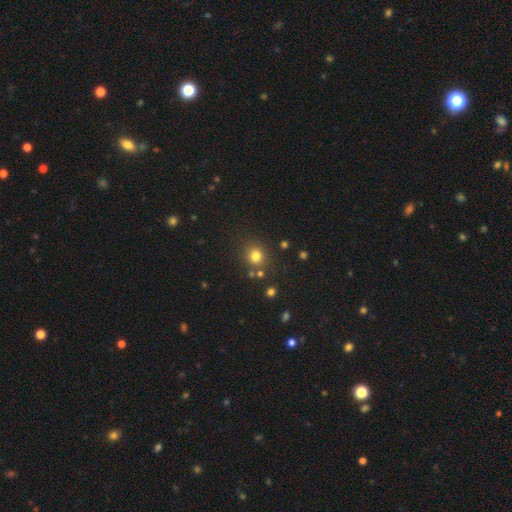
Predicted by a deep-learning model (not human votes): smooth-or-featured: smooth: 78% | star or artifact: 16% | featured or disk: 6%
  how-rounded: round: 85% | in between: 14% | cigar-shaped: 1%
  merging: none: 79% | minor disturbance: 10% | merger: 8% | major disturbance: 4%